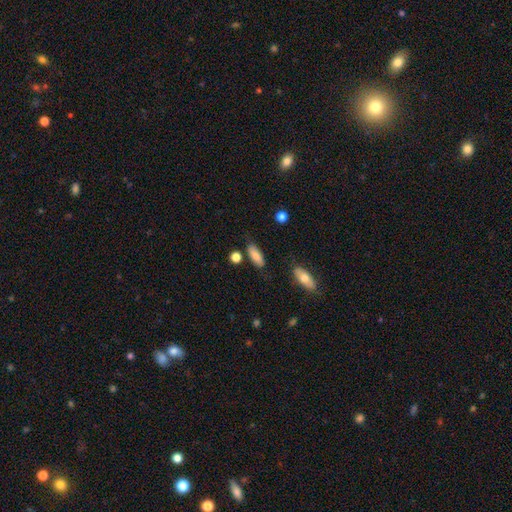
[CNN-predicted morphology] Smooth or featured: smooth — 81% (featured or disk — 12%)
How rounded: in between — 74% (cigar-shaped — 23%)
Merging: none — 76% (minor disturbance — 16%)